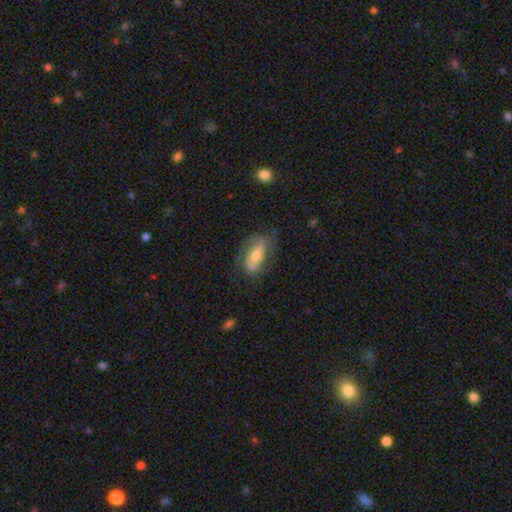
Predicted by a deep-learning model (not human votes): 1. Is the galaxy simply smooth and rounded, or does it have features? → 56% featured or disk, 36% smooth, 7% star or artifact.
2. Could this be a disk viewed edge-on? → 89% no, 11% yes.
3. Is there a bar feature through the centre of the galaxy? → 44% no, 31% weak, 25% strong.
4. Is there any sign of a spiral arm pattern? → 78% yes, 22% no.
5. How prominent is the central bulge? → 53% moderate, 36% small, 7% large, 2% none, 1% dominant.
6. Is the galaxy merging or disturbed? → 66% none, 22% minor disturbance, 11% major disturbance, 2% merger.